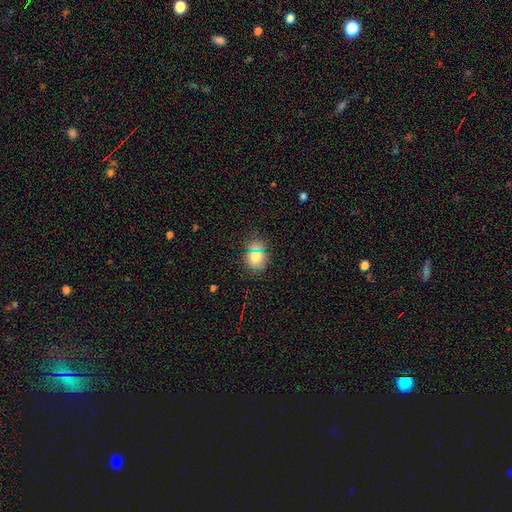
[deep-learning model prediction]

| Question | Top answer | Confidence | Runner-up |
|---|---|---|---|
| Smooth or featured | smooth | 76% | star or artifact (17%) |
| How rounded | round | 60% | in between (38%) |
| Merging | none | 86% | minor disturbance (10%) |